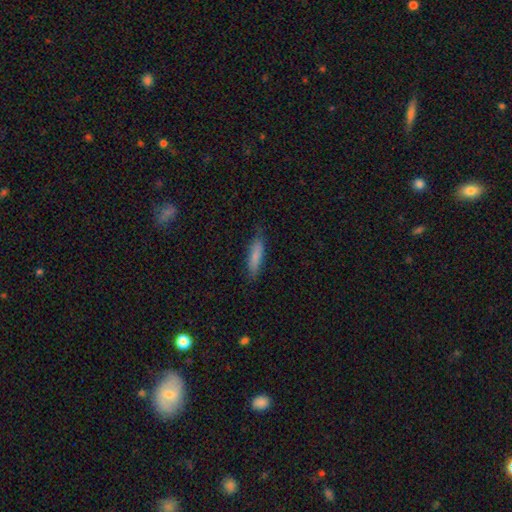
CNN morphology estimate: Smooth or featured? smooth (79%)
How rounded? cigar-shaped (70%)
Merging? none (78%)